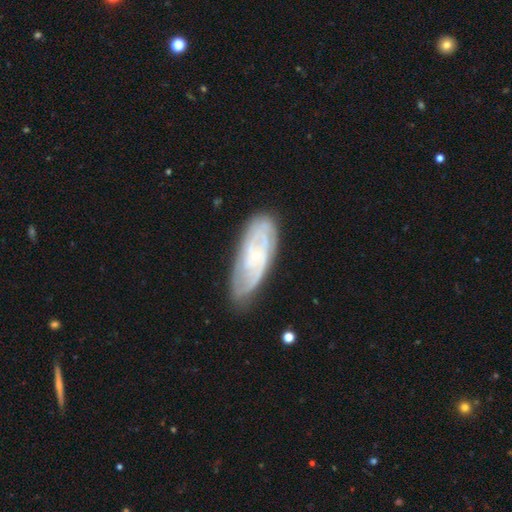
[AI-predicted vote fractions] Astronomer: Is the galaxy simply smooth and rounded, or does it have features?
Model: featured or disk — 79%.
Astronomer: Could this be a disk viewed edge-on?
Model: no — 90%.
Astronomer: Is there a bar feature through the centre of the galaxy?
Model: no — 70%.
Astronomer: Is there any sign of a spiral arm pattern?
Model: yes — 91%.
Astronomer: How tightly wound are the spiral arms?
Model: tight — 62%.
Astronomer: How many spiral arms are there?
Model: can't tell — 42% (runner-up: 2, 30%).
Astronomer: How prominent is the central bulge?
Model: small — 79%.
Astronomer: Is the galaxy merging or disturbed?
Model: none — 77%.